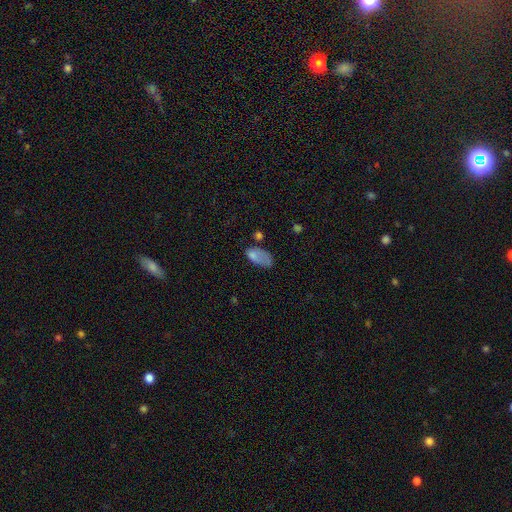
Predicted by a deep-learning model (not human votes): Overall: smooth (72%). How rounded: in between (91%). Merging: major disturbance (35%; minor disturbance 29%).